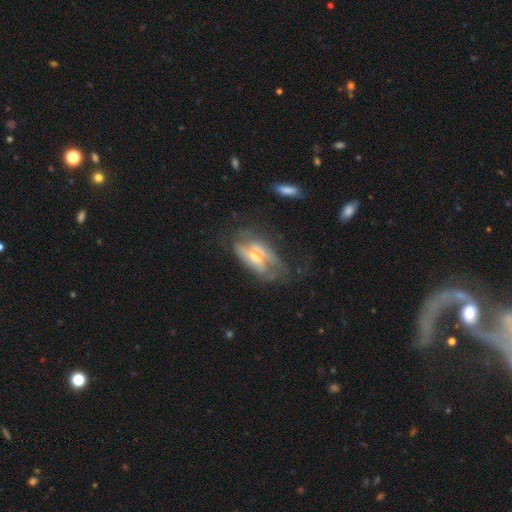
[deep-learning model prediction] smooth_or_featured: featured or disk (p=0.65) [alt: smooth p=0.27]
disk_edge_on: no (p=0.85) [alt: yes p=0.15]
bar: no (p=0.51) [alt: weak p=0.36]
has_spiral_arms: yes (p=0.63) [alt: no p=0.37]
bulge_size: moderate (p=0.51) [alt: small p=0.36]
merging: none (p=0.40) [alt: major disturbance p=0.30]